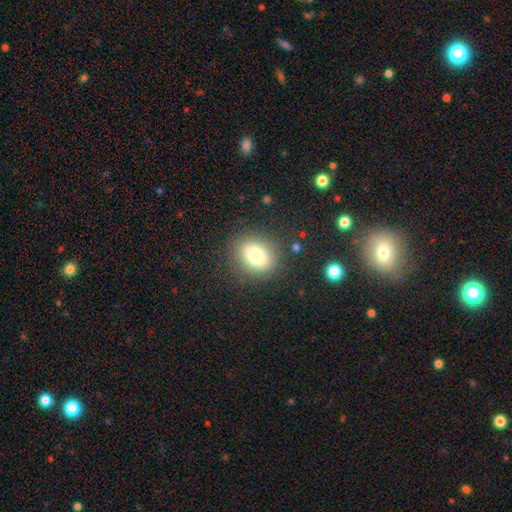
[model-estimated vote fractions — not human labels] Smooth or featured?
  - smooth: 78% *
  - star or artifact: 11%
  - featured or disk: 10%
How rounded?
  - round: 52% *
  - in between: 47%
  - cigar-shaped: 1%
Merging?
  - none: 84% *
  - minor disturbance: 10%
  - major disturbance: 4%
  - merger: 2%